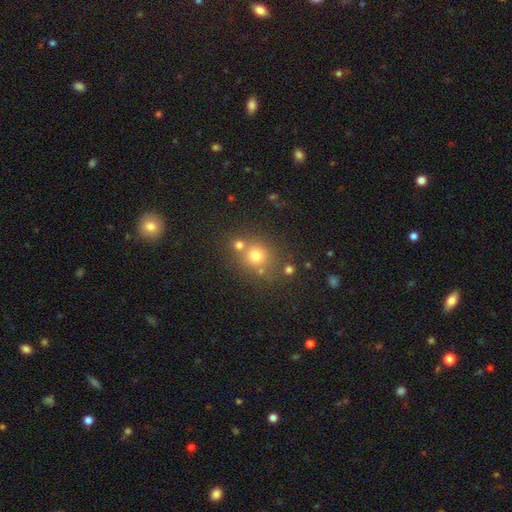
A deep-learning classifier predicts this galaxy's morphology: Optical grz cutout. It shows a smooth galaxy with no disk features (70%) that is round (85%). Merging: none (64%).